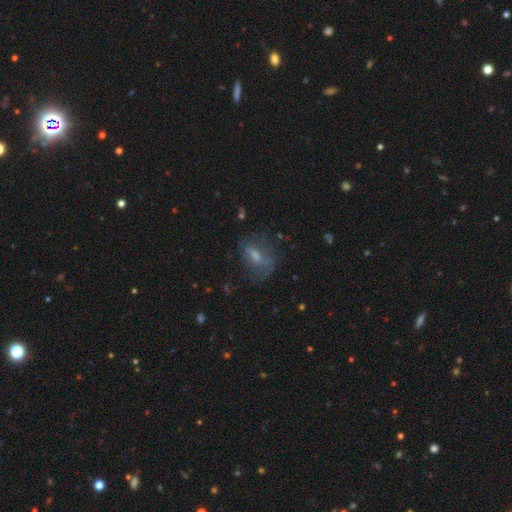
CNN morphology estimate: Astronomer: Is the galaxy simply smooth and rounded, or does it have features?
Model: smooth — 42% (runner-up: featured or disk, 41%).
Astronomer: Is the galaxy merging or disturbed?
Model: none — 57%.